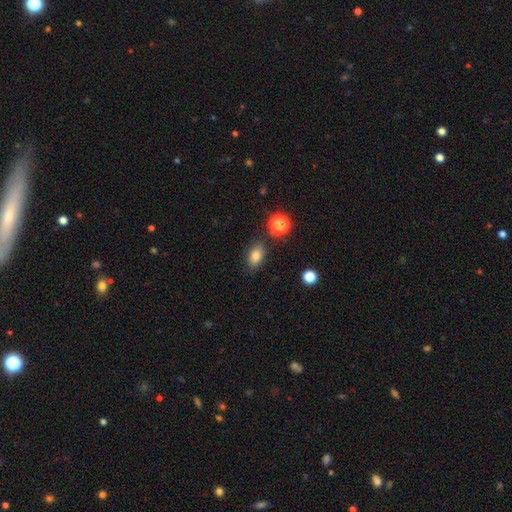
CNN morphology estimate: Overall: smooth (83%). How rounded: in between (84%). Merging: none (82%).